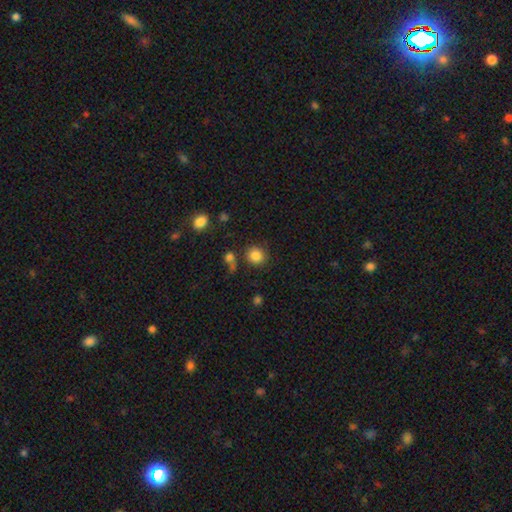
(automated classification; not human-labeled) Smooth or featured? Predicted: smooth (p=0.84). How rounded? Predicted: round (p=0.88). Merging? Predicted: none (p=0.77).